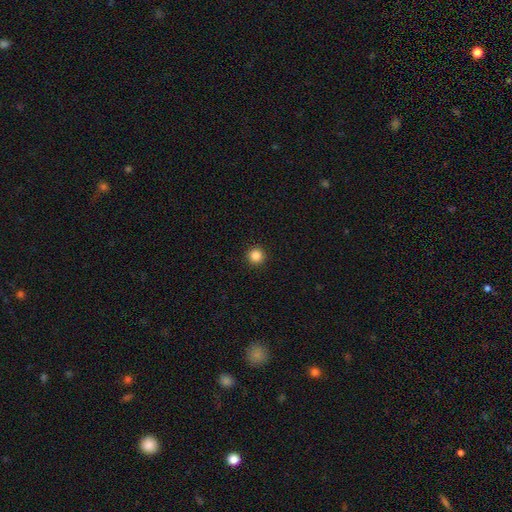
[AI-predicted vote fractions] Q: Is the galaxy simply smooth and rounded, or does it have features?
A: smooth — 86%.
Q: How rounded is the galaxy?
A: round — 96%.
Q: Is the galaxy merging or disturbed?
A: none — 93%.